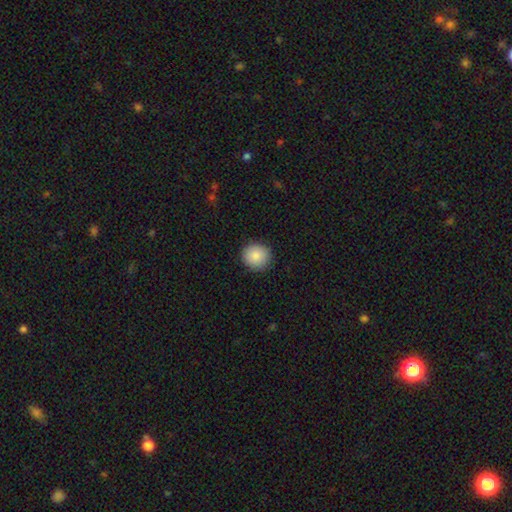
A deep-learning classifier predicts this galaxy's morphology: A smooth galaxy with no disk features (88%) that is round (92%). Merging: none (91%).